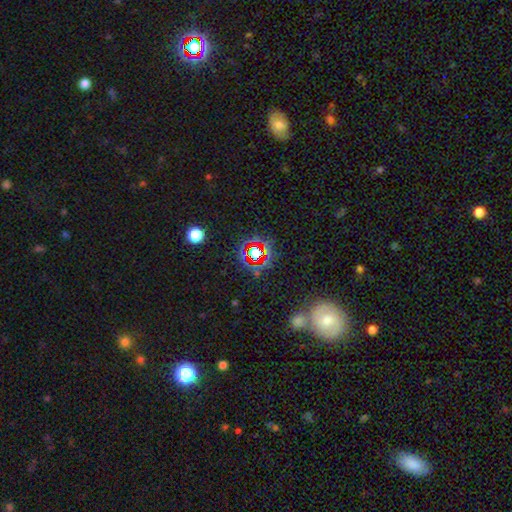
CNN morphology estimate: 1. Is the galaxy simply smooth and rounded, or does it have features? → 74% star or artifact, 16% smooth, 10% featured or disk.